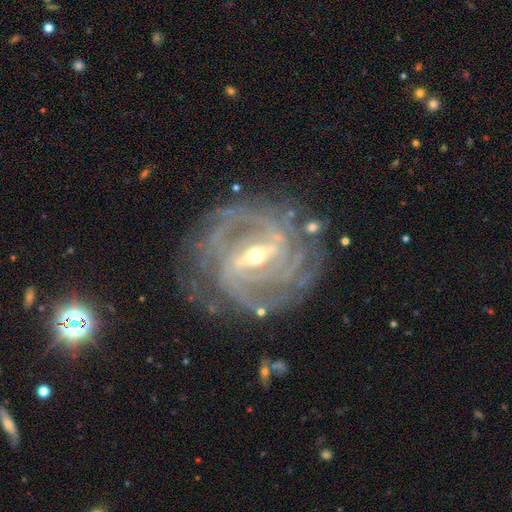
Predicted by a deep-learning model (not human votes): Smooth or featured? featured or disk (93%)
Edge-on disk? no (96%)
Bar? strong (67%)
Spiral arms? yes (97%)
Spiral winding? tight (71%)
Spiral arm count? 4 (22%)
Bulge size? small (51%)
Merging? none (74%)